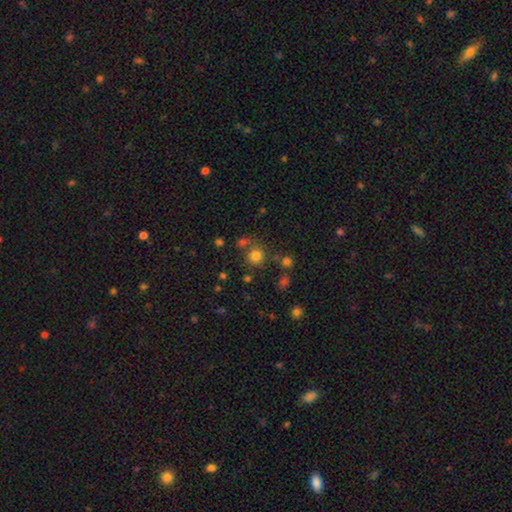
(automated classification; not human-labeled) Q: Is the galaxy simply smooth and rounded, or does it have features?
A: smooth — 78%.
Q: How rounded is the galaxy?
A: round — 90%.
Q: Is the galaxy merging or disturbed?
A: none — 72%.